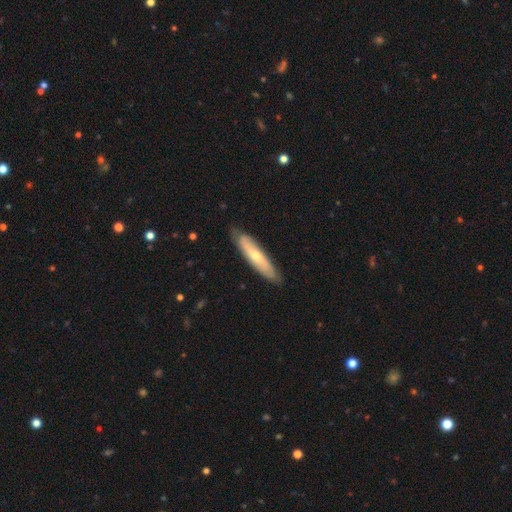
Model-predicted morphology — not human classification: Smooth or featured: smooth — 48% (featured or disk — 47%)
Merging: none — 82% (minor disturbance — 15%)